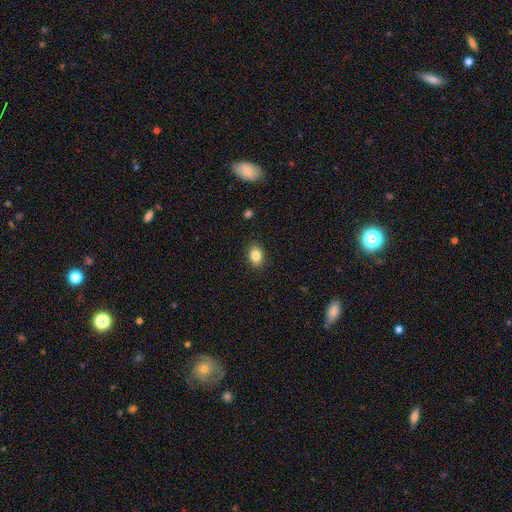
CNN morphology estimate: This appears to be a smooth galaxy with no disk features (84%) that is in between round and cigar-shaped (70%). Merging: none (88%).